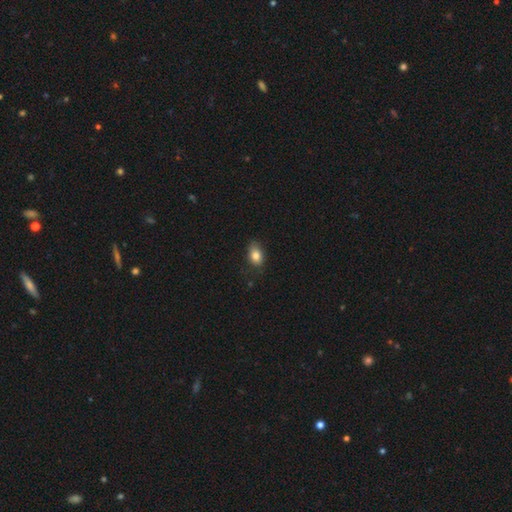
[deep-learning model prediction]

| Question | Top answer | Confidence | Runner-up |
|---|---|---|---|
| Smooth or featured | smooth | 82% | star or artifact (9%) |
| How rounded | in between | 80% | round (18%) |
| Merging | none | 74% | minor disturbance (21%) |